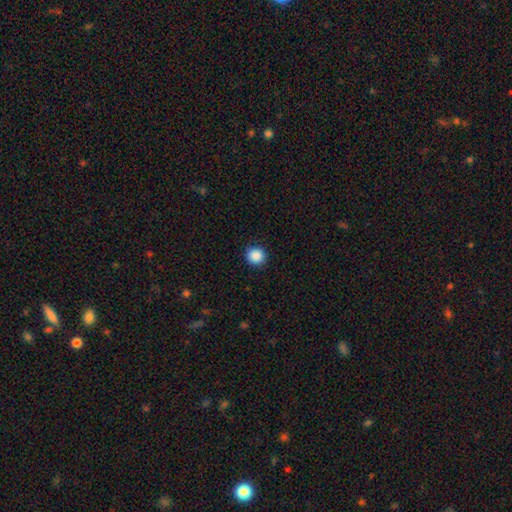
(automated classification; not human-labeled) smooth 88%, star or artifact 9%, featured or disk 3%. Down the decision tree: how rounded — round (91%); merging — none (91%).